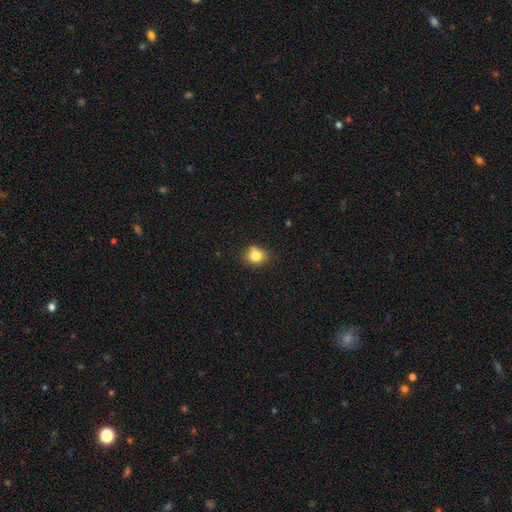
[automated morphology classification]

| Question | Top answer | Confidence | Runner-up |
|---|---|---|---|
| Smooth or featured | smooth | 81% | star or artifact (11%) |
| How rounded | round | 72% | in between (28%) |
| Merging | none | 73% | minor disturbance (17%) |